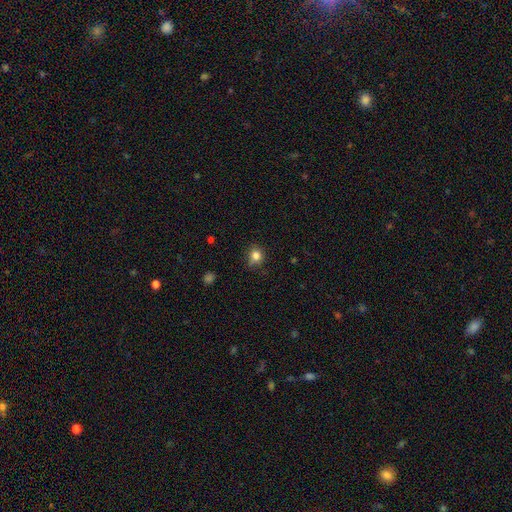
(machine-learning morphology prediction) This is clearly a smooth galaxy (82%). How rounded: likely round (76%). Merging: likely none (70%).